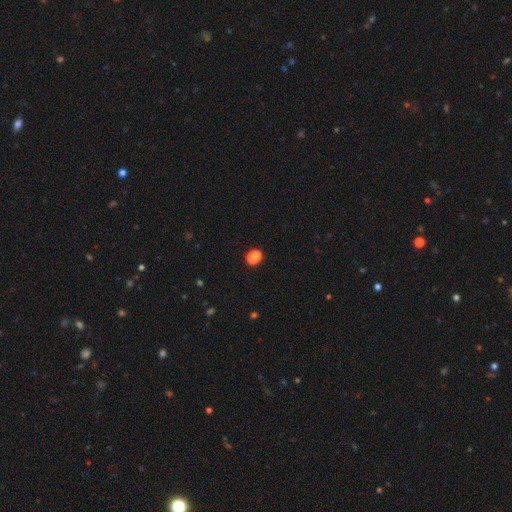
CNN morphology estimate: This appears to be a smooth galaxy with no disk features (65%) that is round (58%). Merging: none (58%).